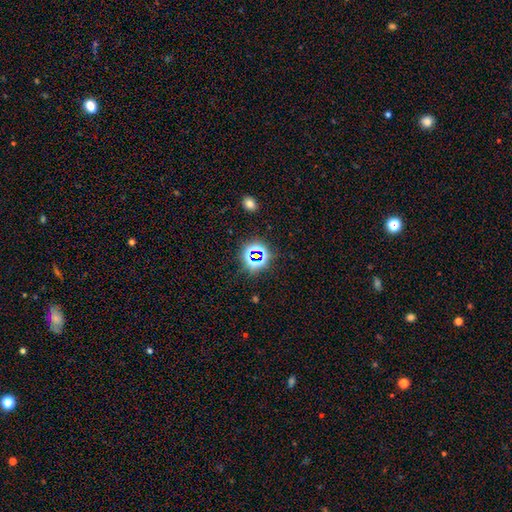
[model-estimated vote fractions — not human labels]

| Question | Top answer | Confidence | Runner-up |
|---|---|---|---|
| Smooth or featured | star or artifact | 70% | smooth (21%) |